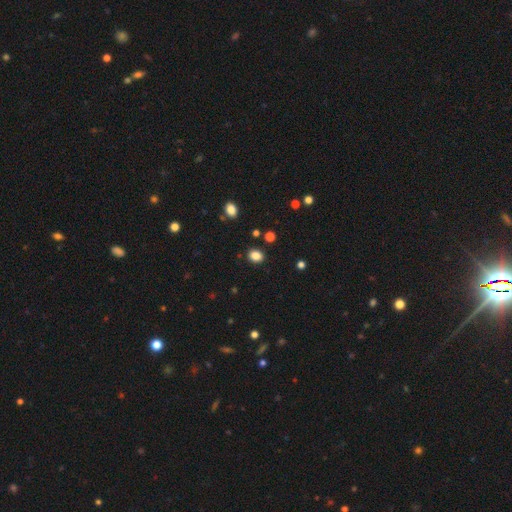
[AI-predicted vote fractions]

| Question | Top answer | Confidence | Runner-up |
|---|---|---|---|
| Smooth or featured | smooth | 85% | star or artifact (11%) |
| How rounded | round | 50% | in between (49%) |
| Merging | none | 88% | minor disturbance (8%) |